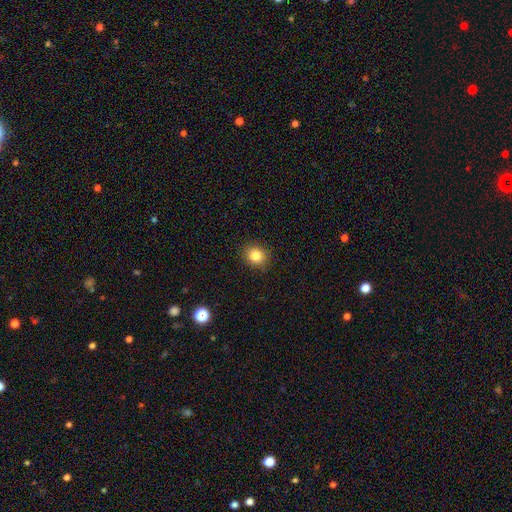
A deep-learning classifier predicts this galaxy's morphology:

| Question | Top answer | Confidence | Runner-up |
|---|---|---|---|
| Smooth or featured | smooth | 84% | star or artifact (11%) |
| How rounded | round | 78% | in between (21%) |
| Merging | none | 90% | minor disturbance (7%) |